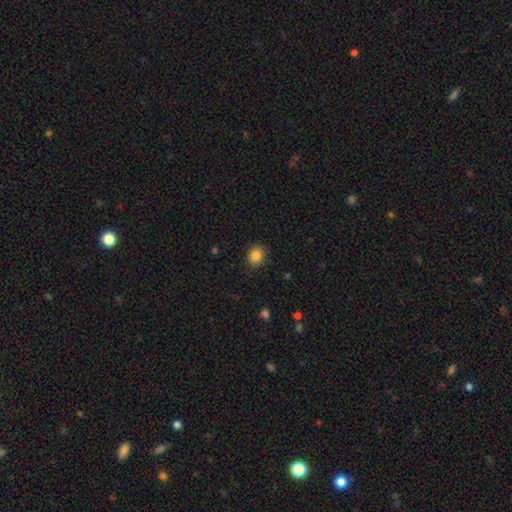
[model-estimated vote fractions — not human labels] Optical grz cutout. It shows a smooth galaxy with no disk features (85%) that is round (67%). Merging: none (84%).